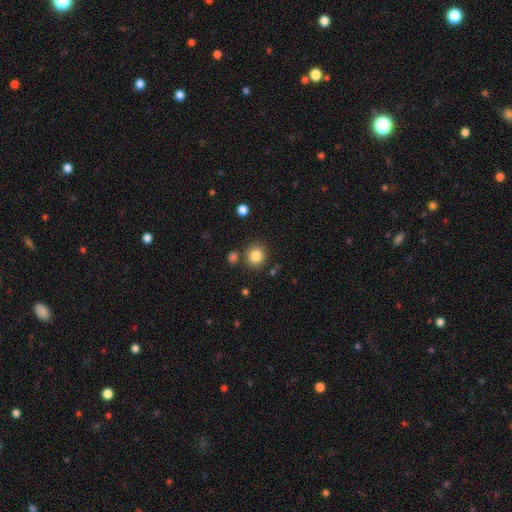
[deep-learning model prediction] Smooth or featured? smooth (85%)
How rounded? round (85%)
Merging? none (82%)